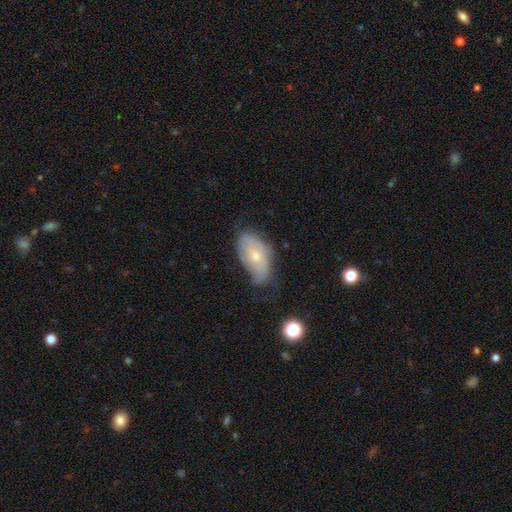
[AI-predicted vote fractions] Morphology: type=featured or disk (53%); edge-on=no (93%); merging=none (50%).